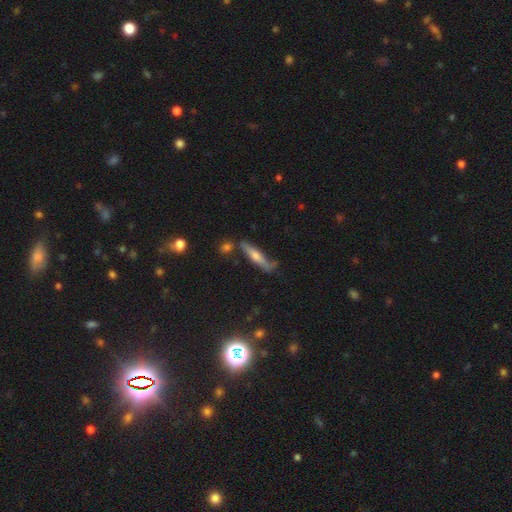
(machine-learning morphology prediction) A featured or disk galaxy (50%). Merging: none (68%).